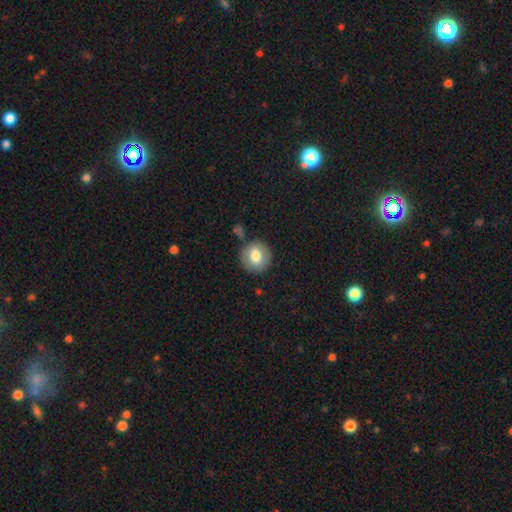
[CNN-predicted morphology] Smooth or featured? smooth (76%)
How rounded? round (89%)
Merging? none (81%)